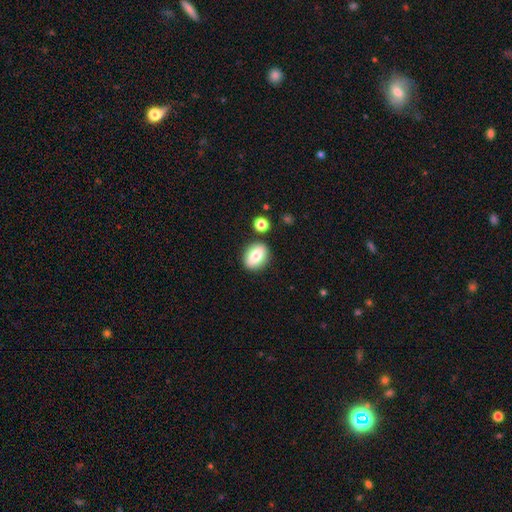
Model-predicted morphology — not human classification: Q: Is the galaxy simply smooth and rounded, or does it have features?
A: smooth — 78%.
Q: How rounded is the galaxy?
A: in between — 77%.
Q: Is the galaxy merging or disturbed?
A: none — 83%.